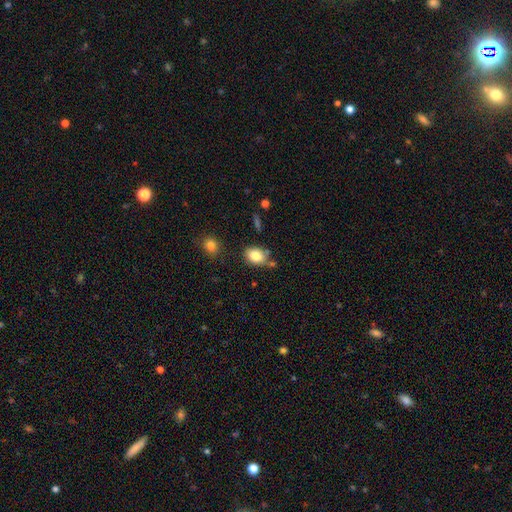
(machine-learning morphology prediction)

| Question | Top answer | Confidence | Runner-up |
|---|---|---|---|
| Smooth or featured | smooth | 82% | featured or disk (9%) |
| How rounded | in between | 68% | round (30%) |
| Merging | none | 67% | minor disturbance (18%) |